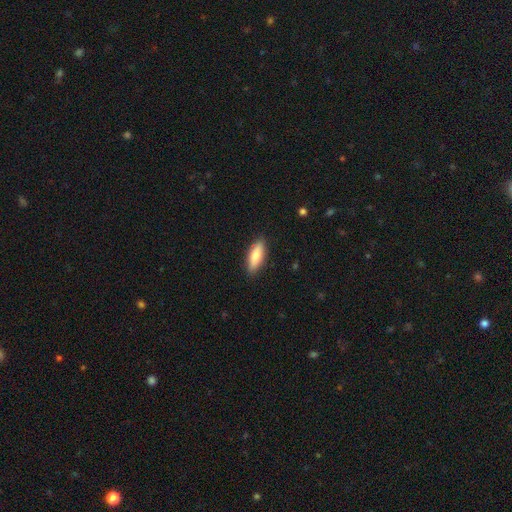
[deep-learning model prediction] smooth-or-featured: smooth: 78% | featured or disk: 16% | star or artifact: 6%
  how-rounded: in between: 64% | cigar-shaped: 34% | round: 2%
  merging: none: 89% | minor disturbance: 9% | major disturbance: 2% | merger: 1%